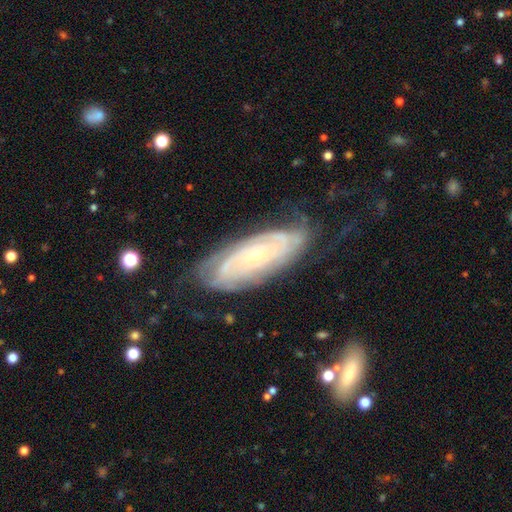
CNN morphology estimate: smooth_or_featured: featured or disk (p=0.79) [alt: smooth p=0.14]
disk_edge_on: no (p=0.90) [alt: yes p=0.10]
bar: no (p=0.78) [alt: weak p=0.17]
has_spiral_arms: yes (p=0.91) [alt: no p=0.09]
spiral_winding: tight (p=0.74) [alt: medium p=0.20]
spiral_arm_count: can't tell (p=0.49) [alt: 2 p=0.21]
bulge_size: small (p=0.82) [alt: moderate p=0.14]
merging: none (p=0.67) [alt: minor disturbance p=0.22]